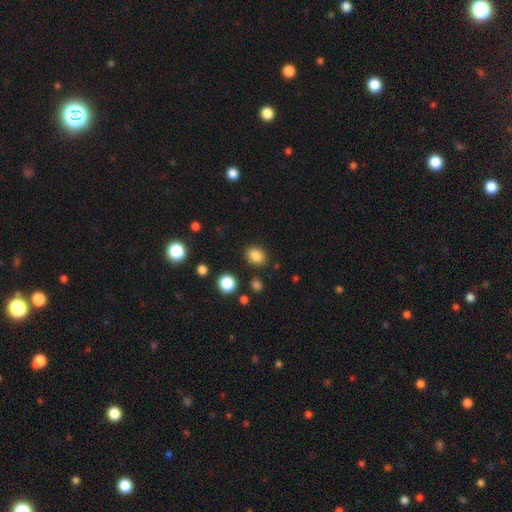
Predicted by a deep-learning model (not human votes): The model was most divided on "how rounded": in between: 58%, round: 41%, cigar-shaped: 1%. More confident: merging — none (85%); smooth or featured — smooth (84%).